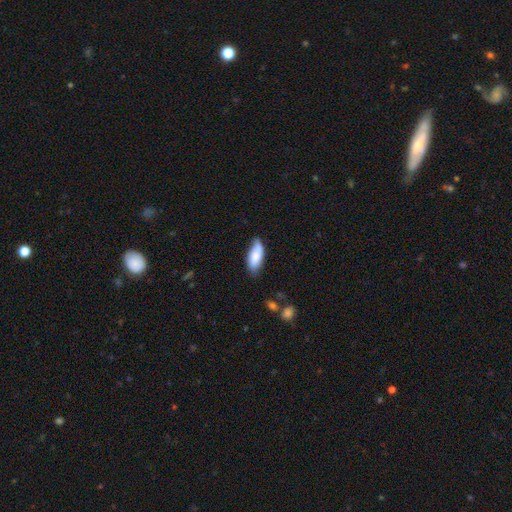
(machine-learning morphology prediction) Q: Smooth or featured?
A: smooth (76%); runner-up: featured or disk (18%)
Q: How rounded?
A: in between (77%); runner-up: cigar-shaped (21%)
Q: Merging?
A: none (61%); runner-up: minor disturbance (29%)